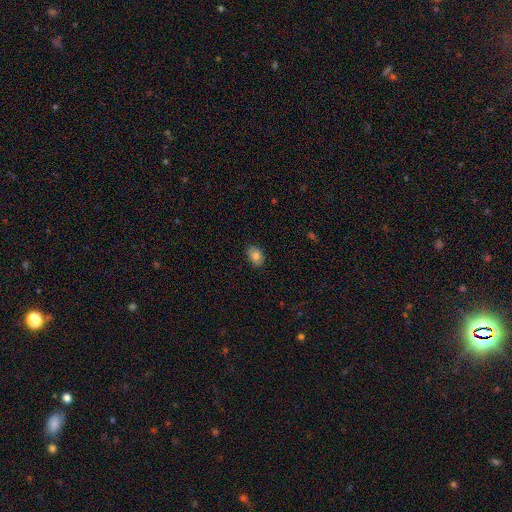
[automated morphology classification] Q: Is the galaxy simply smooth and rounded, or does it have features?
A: smooth — 80%.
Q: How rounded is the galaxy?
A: in between — 81%.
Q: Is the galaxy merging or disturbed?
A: none — 86%.